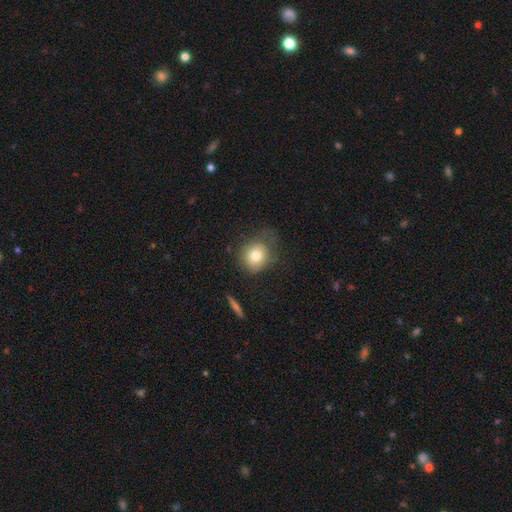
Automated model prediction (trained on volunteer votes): Q: Smooth or featured?
A: smooth (77%); runner-up: featured or disk (13%)
Q: How rounded?
A: round (76%); runner-up: in between (23%)
Q: Merging?
A: none (55%); runner-up: minor disturbance (27%)